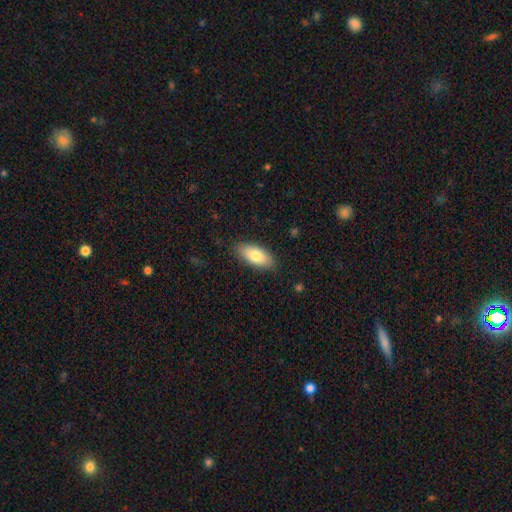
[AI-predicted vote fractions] A smooth galaxy with no disk features (78%) that is in between round and cigar-shaped (87%).

Vote fractions:
- Smooth or featured? smooth: 78% / featured or disk: 15% / star or artifact: 6%
- How rounded? in between: 87% / cigar-shaped: 10% / round: 2%
- Merging? none: 86% / minor disturbance: 11% / major disturbance: 2% / merger: 1%